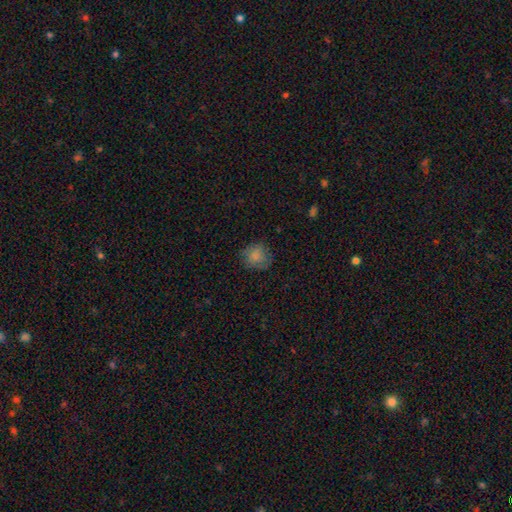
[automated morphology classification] Smooth or featured? smooth (81%)
How rounded? round (83%)
Merging? none (74%)